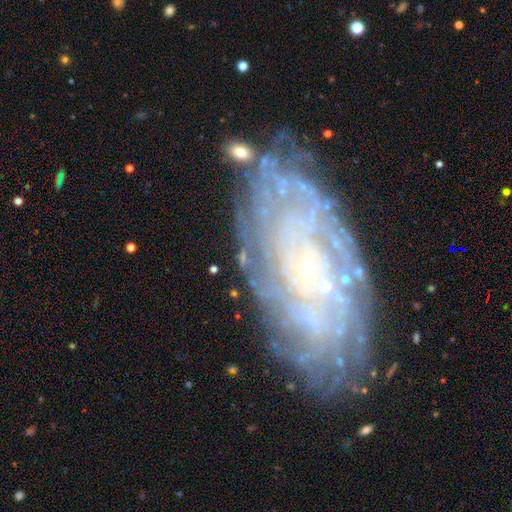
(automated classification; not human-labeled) Smooth or featured? featured or disk (81%)
Edge-on disk? no (93%)
Bar? no (76%)
Spiral arms? yes (91%)
Spiral winding? tight (80%)
Spiral arm count? can't tell (45%)
Bulge size? small (81%)
Merging? none (77%)